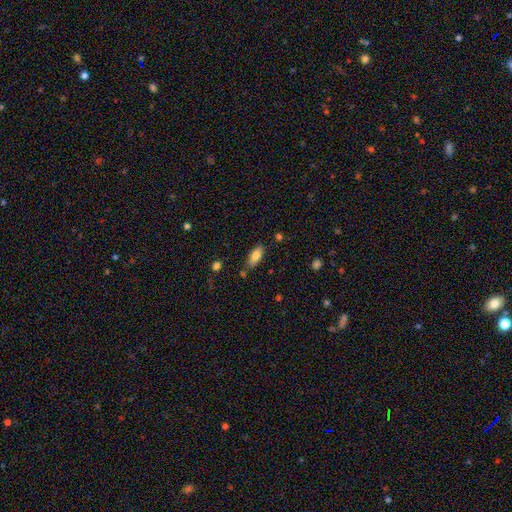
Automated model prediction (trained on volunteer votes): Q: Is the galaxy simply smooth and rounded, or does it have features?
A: smooth — 81%.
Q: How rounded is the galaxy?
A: in between — 83%.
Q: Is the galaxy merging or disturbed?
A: none — 77%.